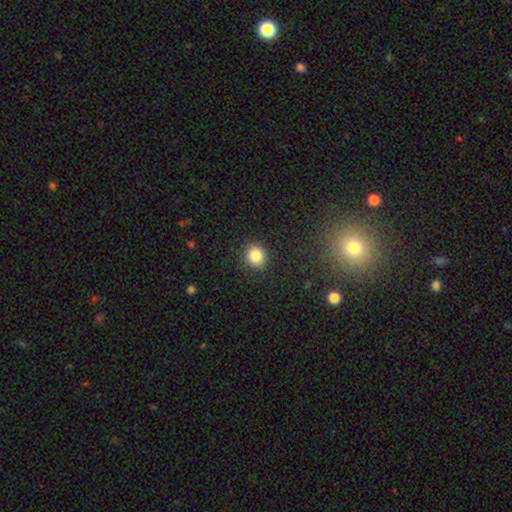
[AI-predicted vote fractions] This is clearly a smooth galaxy (84%). How rounded: clearly round (85%). Merging: clearly none (90%).